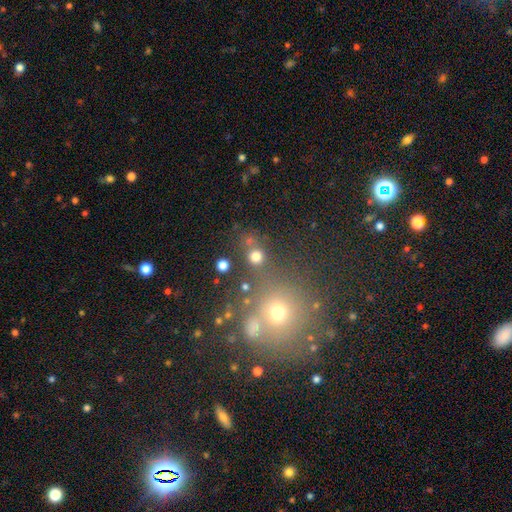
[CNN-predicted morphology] A smooth galaxy with no disk features (55%) that is round (83%).

Vote fractions:
- Smooth or featured? smooth: 55% / star or artifact: 34% / featured or disk: 11%
- How rounded? round: 83% / in between: 15% / cigar-shaped: 2%
- Merging? none: 63% / merger: 21% / minor disturbance: 10% / major disturbance: 6%